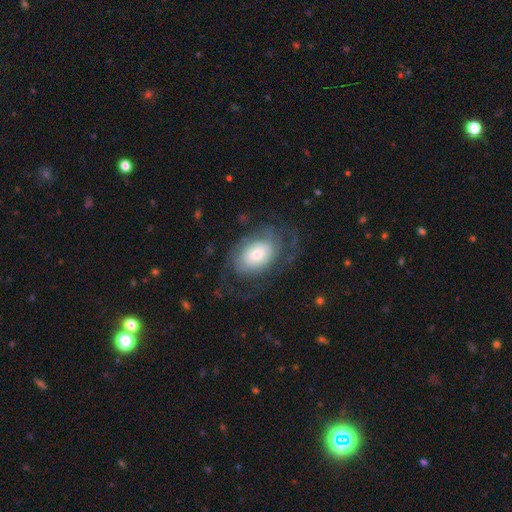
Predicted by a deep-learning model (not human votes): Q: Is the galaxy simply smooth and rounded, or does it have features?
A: featured or disk — 63%.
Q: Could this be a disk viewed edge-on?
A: no — 95%.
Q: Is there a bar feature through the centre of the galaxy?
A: no — 75%.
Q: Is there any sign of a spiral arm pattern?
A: yes — 80%.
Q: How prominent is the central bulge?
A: small — 40%.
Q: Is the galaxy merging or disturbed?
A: none — 60%.